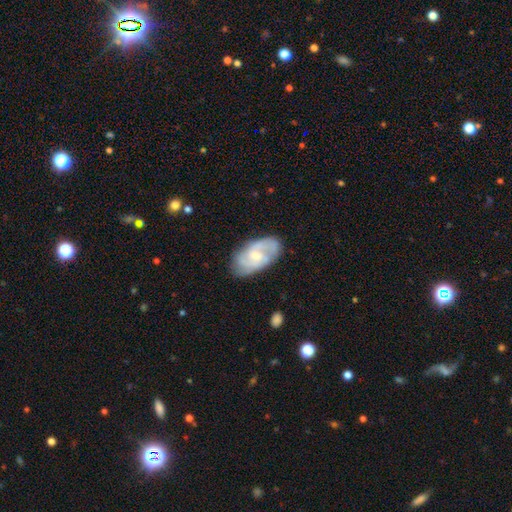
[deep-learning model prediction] smooth-or-featured: featured or disk: 70% | smooth: 24% | star or artifact: 6%
  disk-edge-on: no: 96% | yes: 4%
    bar: no: 47% | weak: 46% | strong: 7%
    has-spiral-arms: yes: 90% | no: 10%
      spiral-winding: medium: 45% | tight: 37% | loose: 17%
      spiral-arm-count: 2: 43% | can't tell: 27% | 3: 19% | 4: 4% | 1: 4% | more than 4: 3%
    bulge-size: small: 52% | moderate: 38% | none: 6% | large: 2% | dominant: 1%
  merging: none: 74% | minor disturbance: 19% | major disturbance: 5% | merger: 2%